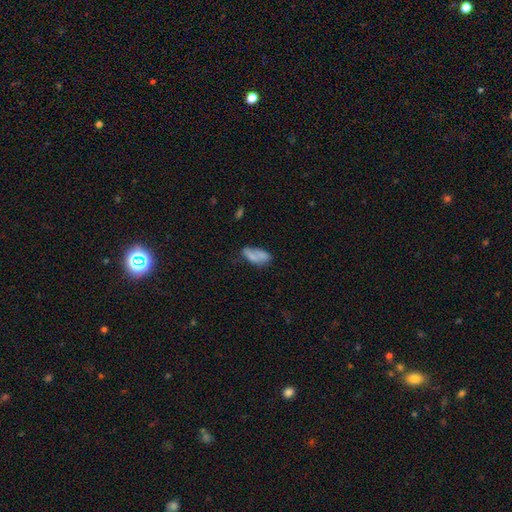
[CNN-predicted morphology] The model was most divided on "merging": none: 40%, minor disturbance: 29%, major disturbance: 17%, merger: 14%. More confident: how rounded — in between (85%); smooth or featured — smooth (69%).